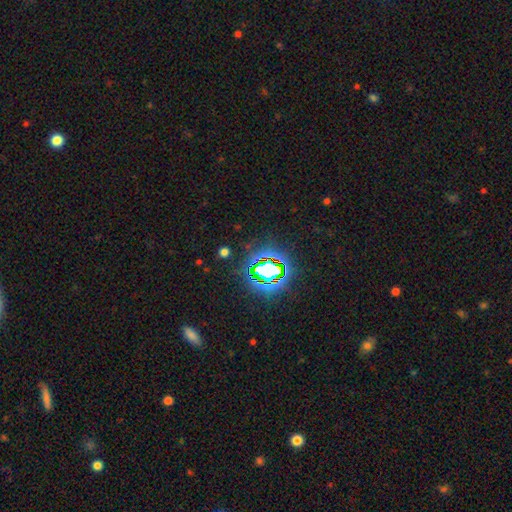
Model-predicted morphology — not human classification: type=star or artifact (80%).